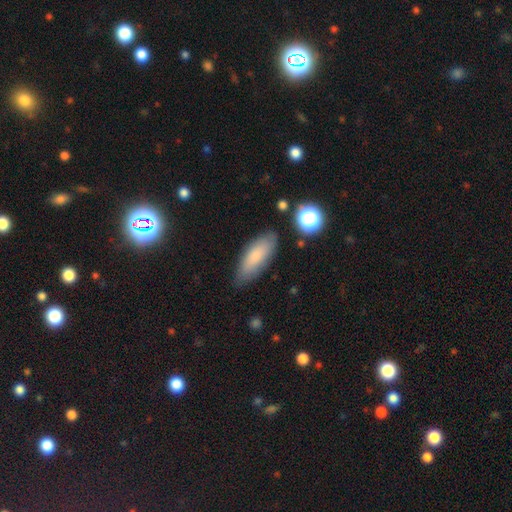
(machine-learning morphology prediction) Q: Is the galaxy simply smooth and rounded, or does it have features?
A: smooth — 77%.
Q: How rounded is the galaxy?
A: in between — 69%.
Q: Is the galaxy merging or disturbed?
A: none — 80%.